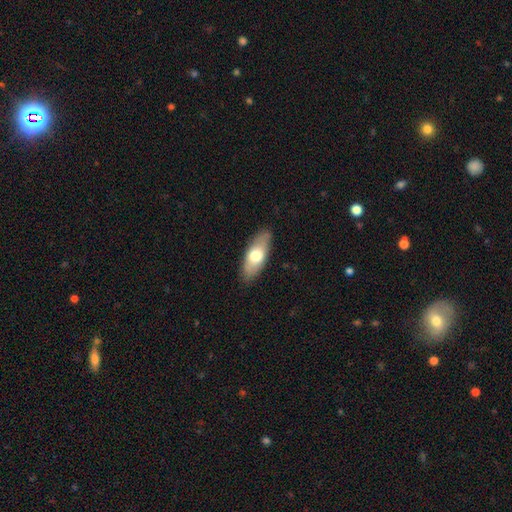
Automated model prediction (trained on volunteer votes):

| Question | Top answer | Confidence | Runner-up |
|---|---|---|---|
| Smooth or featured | smooth | 66% | featured or disk (29%) |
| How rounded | in between | 79% | cigar-shaped (19%) |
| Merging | none | 85% | minor disturbance (11%) |